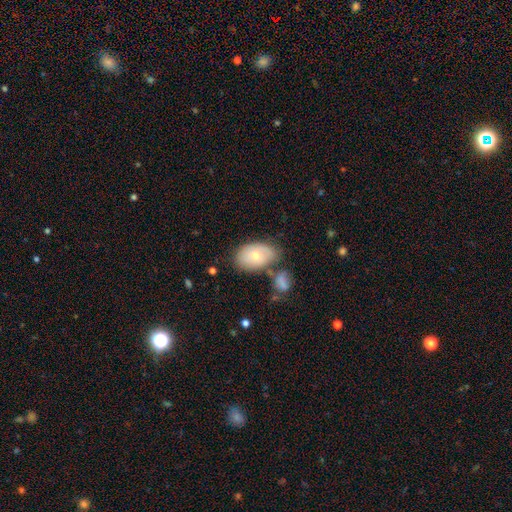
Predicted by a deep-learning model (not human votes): This appears to be a smooth galaxy with no disk features (67%) that is in between round and cigar-shaped (88%). Merging: none (59%).